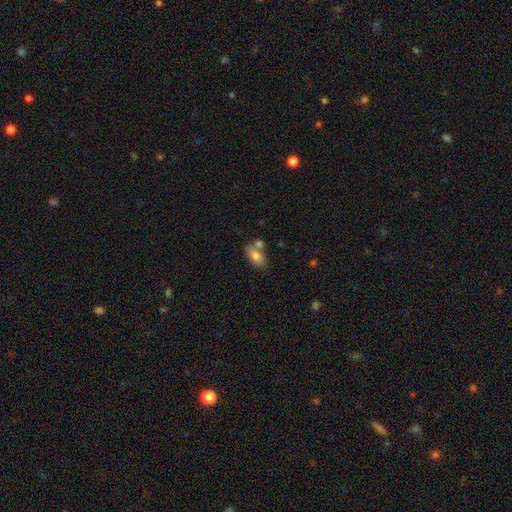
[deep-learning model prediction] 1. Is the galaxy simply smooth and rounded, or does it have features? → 78% smooth, 15% featured or disk, 7% star or artifact.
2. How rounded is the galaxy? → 90% in between, 5% round, 5% cigar-shaped.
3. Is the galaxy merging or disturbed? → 56% none, 27% merger, 14% minor disturbance, 4% major disturbance.